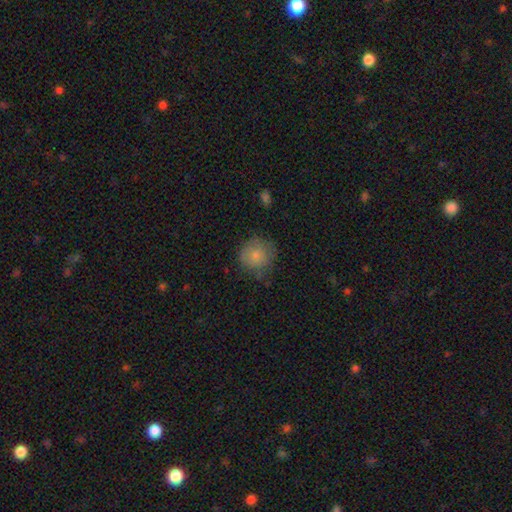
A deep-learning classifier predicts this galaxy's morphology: Smooth or featured? Predicted: smooth (p=0.79). How rounded? Predicted: round (p=0.90). Merging? Predicted: none (p=0.65).